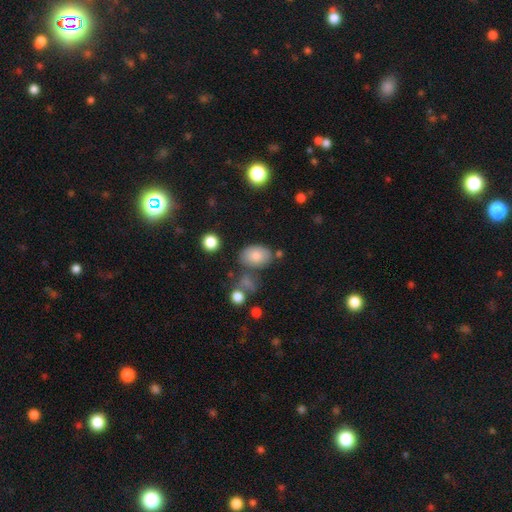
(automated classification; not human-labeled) smooth 80%, featured or disk 11%, star or artifact 9%. Down the decision tree: how rounded — in between (83%); merging — none (67%).